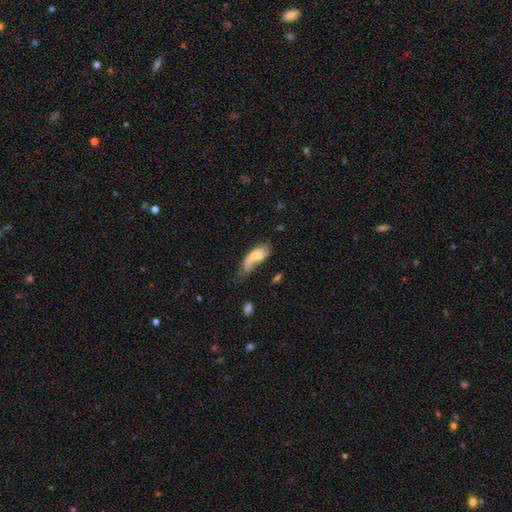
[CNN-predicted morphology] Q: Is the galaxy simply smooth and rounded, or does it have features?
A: smooth — 60%.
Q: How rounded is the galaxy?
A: in between — 76%.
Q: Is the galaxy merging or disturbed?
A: major disturbance — 32%.